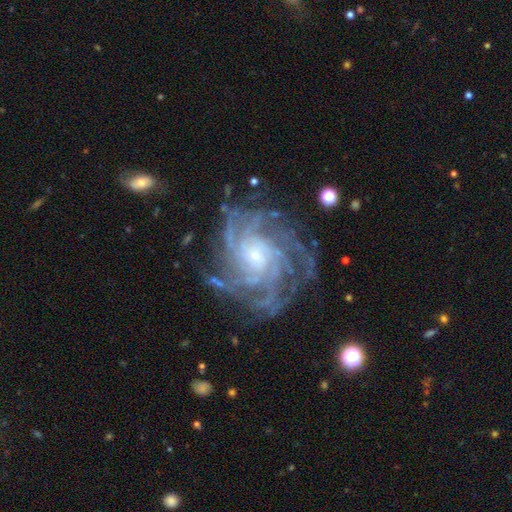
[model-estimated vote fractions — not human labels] Smooth or featured? featured or disk (90%)
Edge-on disk? no (98%)
Bar? no (70%)
Spiral arms? yes (98%)
Spiral winding? tight (67%)
Spiral arm count? more than 4 (35%)
Bulge size? small (80%)
Merging? none (75%)